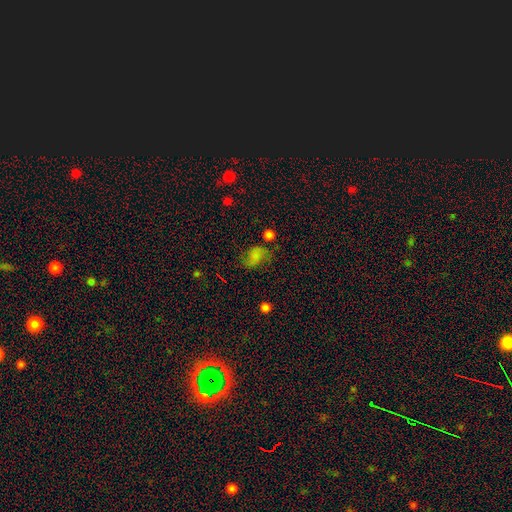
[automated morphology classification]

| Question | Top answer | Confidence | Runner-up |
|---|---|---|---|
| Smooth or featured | smooth | 62% | featured or disk (20%) |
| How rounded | in between | 75% | round (23%) |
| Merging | none | 51% | minor disturbance (26%) |